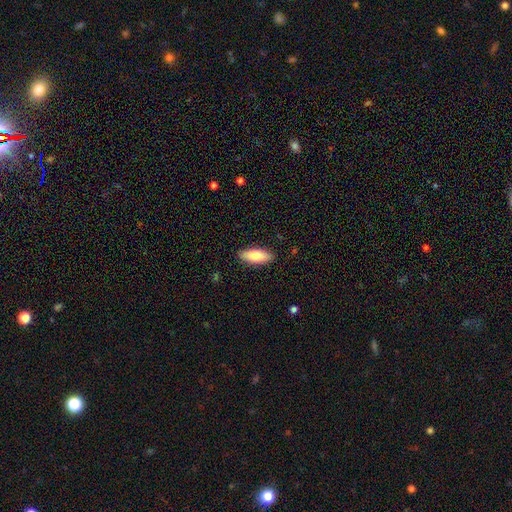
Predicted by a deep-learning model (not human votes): smooth 79%, featured or disk 15%, star or artifact 6%. Down the decision tree: how rounded — in between (75%); merging — none (89%).